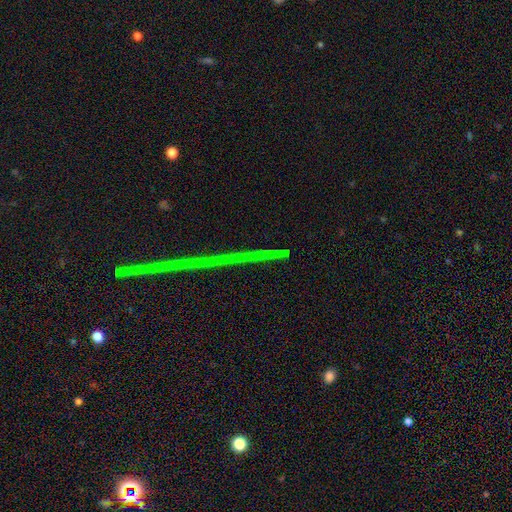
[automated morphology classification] star or artifact 82%, featured or disk 12%, smooth 7%.